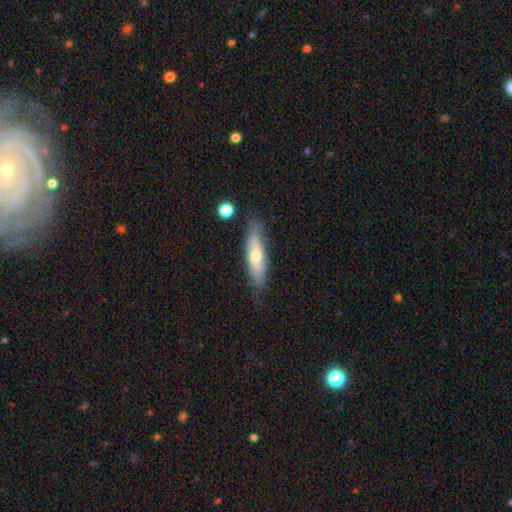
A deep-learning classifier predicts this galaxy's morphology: This appears to be a smooth galaxy with no disk features (54%) that is cigar-shaped (65%). Merging: none (77%).